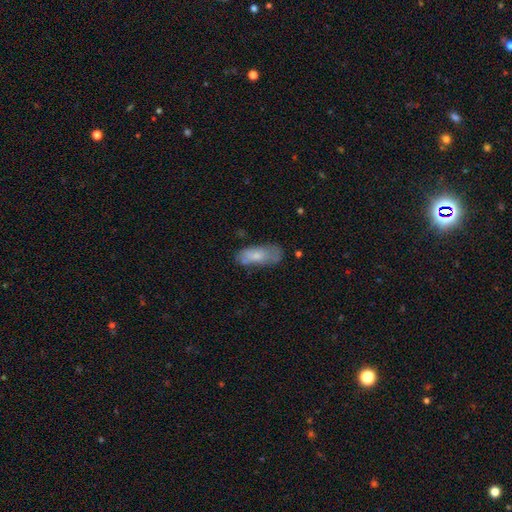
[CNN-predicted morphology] Overall: smooth (67%). How rounded: in between (73%). Merging: none (54%; minor disturbance 29%).